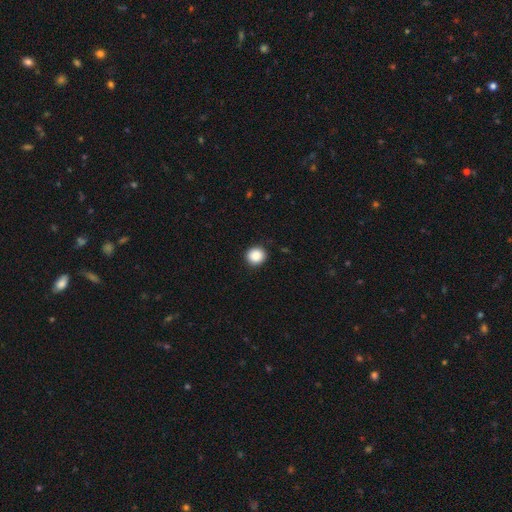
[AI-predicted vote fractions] Smooth or featured?
  - smooth: 89% *
  - star or artifact: 8%
  - featured or disk: 2%
How rounded?
  - round: 91% *
  - in between: 8%
  - cigar-shaped: 1%
Merging?
  - none: 91% *
  - minor disturbance: 6%
  - major disturbance: 2%
  - merger: 1%